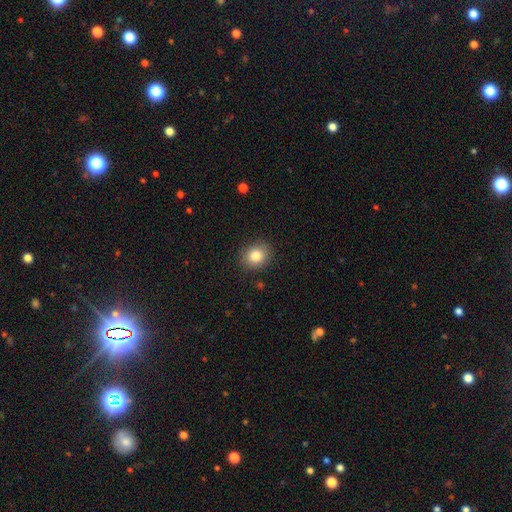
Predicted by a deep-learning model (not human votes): A smooth galaxy with no disk features (84%) that is round (67%).

Vote fractions:
- Smooth or featured? smooth: 84% / star or artifact: 9% / featured or disk: 7%
- How rounded? round: 67% / in between: 32% / cigar-shaped: 1%
- Merging? none: 88% / minor disturbance: 8% / major disturbance: 2% / merger: 1%